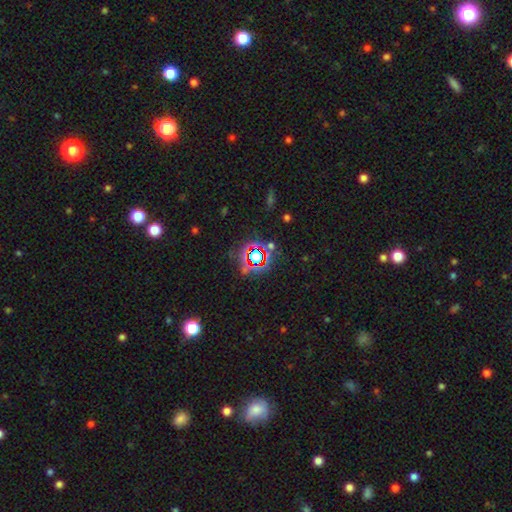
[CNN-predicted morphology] Smooth or featured?
  - star or artifact: 73% *
  - smooth: 16%
  - featured or disk: 10%